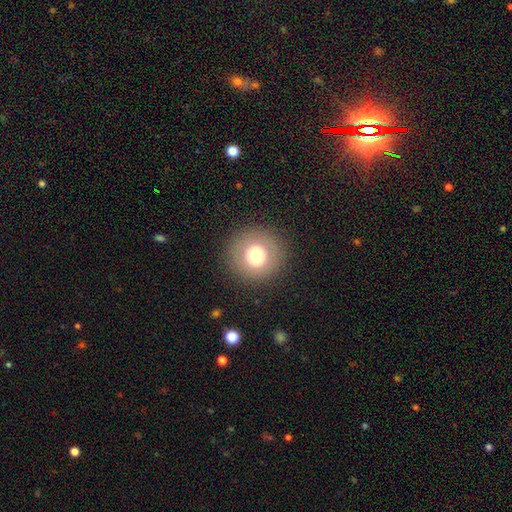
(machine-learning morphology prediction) smooth 73%, featured or disk 15%, star or artifact 12%. Down the decision tree: how rounded — round (96%); merging — none (90%).